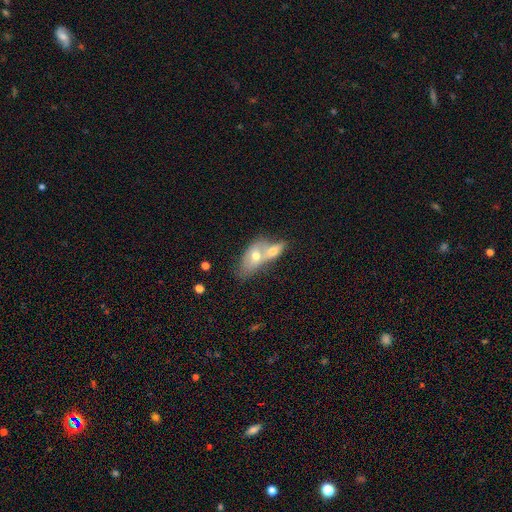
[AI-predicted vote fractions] This appears to be a smooth galaxy with no disk features (61%) that is in between round and cigar-shaped (81%). Merging: merger (74%).